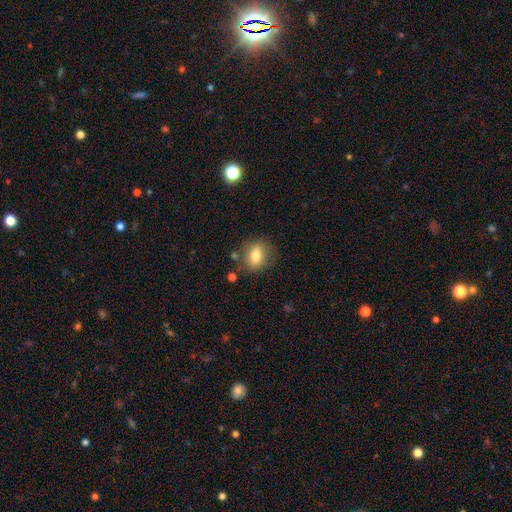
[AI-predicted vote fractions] smooth 76%, featured or disk 15%, star or artifact 9%. Down the decision tree: how rounded — in between (57%); merging — none (78%).